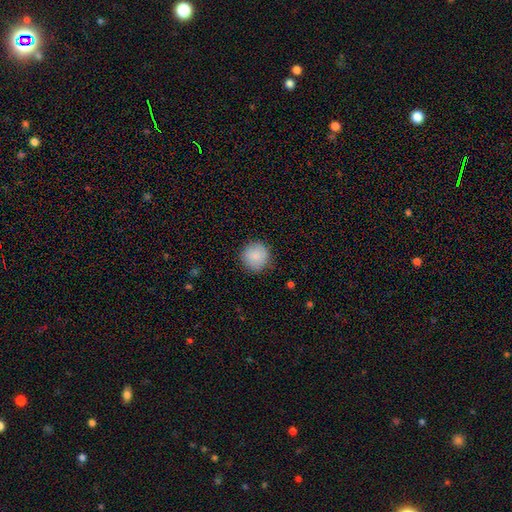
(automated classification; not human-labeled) A smooth galaxy with no disk features (88%) that is round (94%).

Vote fractions:
- Smooth or featured? smooth: 88% / star or artifact: 7% / featured or disk: 5%
- How rounded? round: 94% / in between: 5% / cigar-shaped: 1%
- Merging? none: 87% / minor disturbance: 10% / major disturbance: 2% / merger: 1%